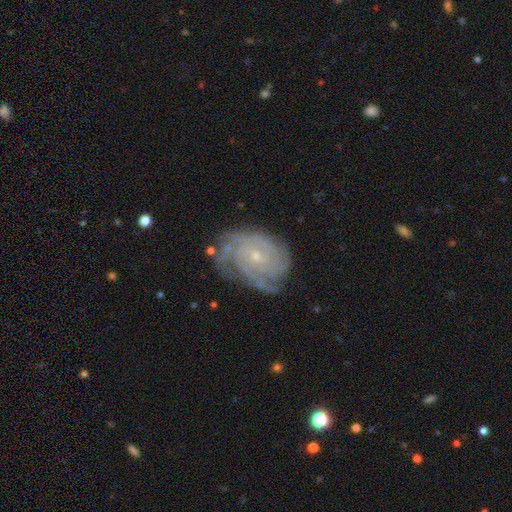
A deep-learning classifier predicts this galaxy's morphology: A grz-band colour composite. It shows a featured or disk galaxy (83%) with no bar (75%), tight (72%) spiral arms (96%) and a small central bulge (78%). Merging: none (68%).